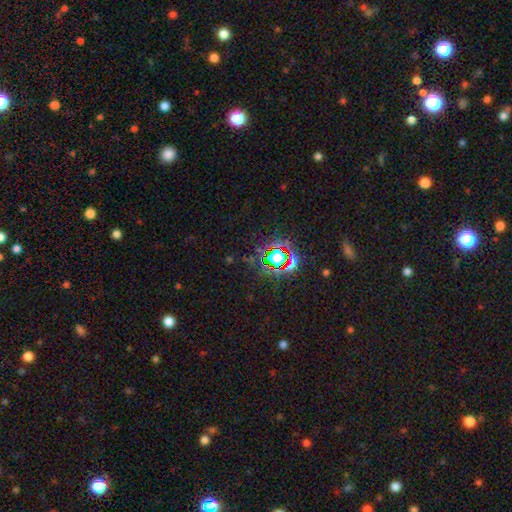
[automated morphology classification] Q: Smooth or featured?
A: star or artifact (78%); runner-up: smooth (14%)